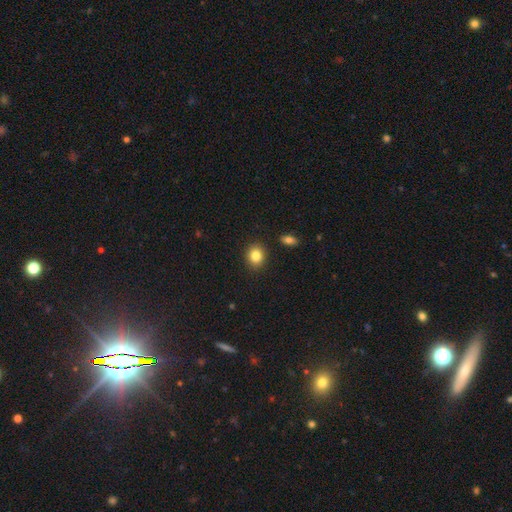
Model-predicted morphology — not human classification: Overall: smooth (85%). How rounded: round (62%; in between 37%). Merging: none (89%).